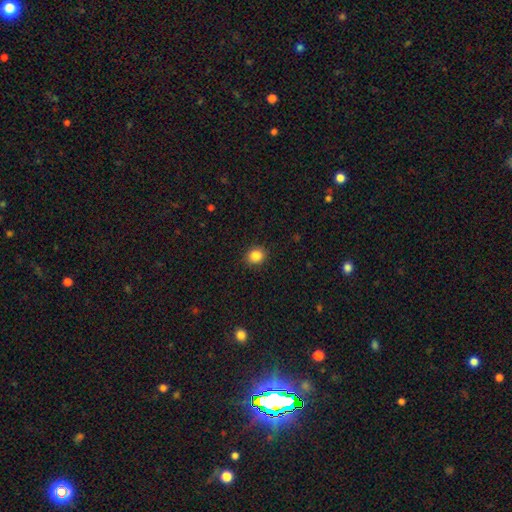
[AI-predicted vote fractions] Smooth or featured? Predicted: smooth (p=0.86). How rounded? Predicted: round (p=0.72). Merging? Predicted: none (p=0.90).